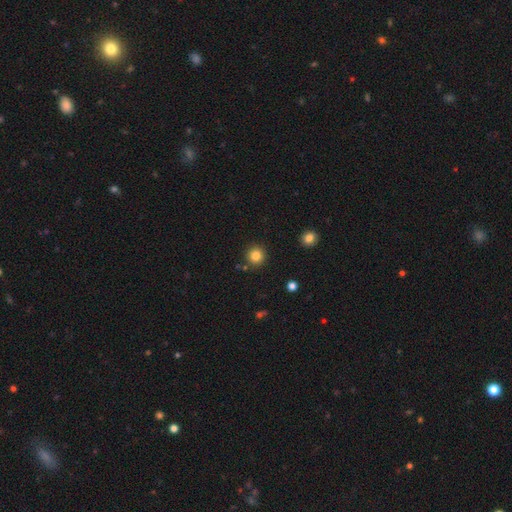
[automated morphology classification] A smooth galaxy with no disk features (84%) that is round (94%).

Vote fractions:
- Smooth or featured? smooth: 84% / star or artifact: 11% / featured or disk: 5%
- How rounded? round: 94% / in between: 5% / cigar-shaped: 1%
- Merging? none: 87% / minor disturbance: 7% / merger: 4% / major disturbance: 2%